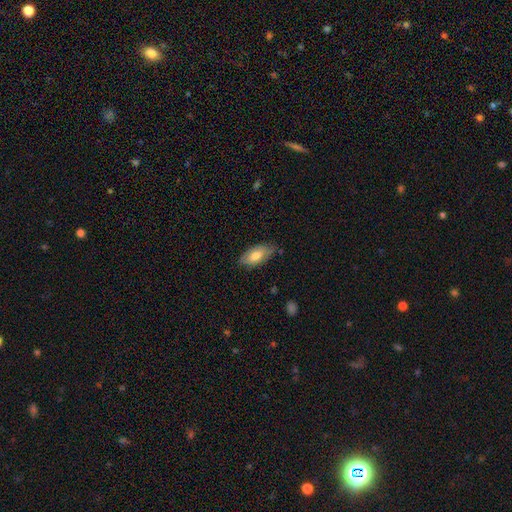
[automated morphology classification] Overall: smooth (73%). How rounded: in between (90%). Merging: none (71%).